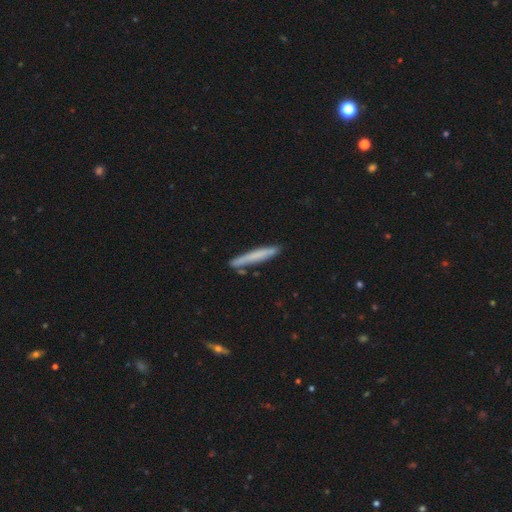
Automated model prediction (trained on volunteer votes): Smooth or featured?
  - smooth: 66% *
  - featured or disk: 28%
  - star or artifact: 7%
How rounded?
  - cigar-shaped: 96% *
  - in between: 3%
  - round: 1%
Merging?
  - none: 82% *
  - minor disturbance: 12%
  - merger: 4%
  - major disturbance: 2%